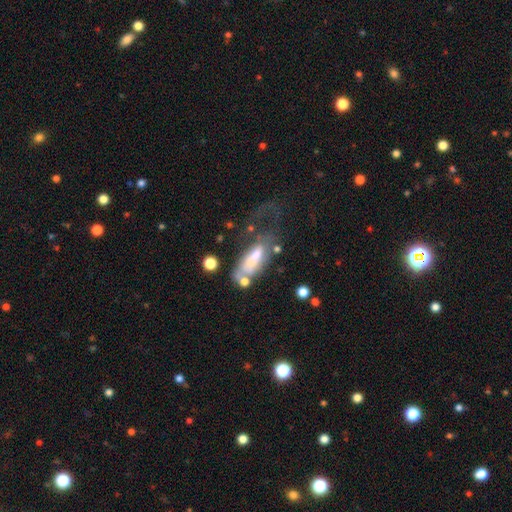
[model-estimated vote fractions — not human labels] Morphology: type=smooth (48%); merging=major disturbance (47%).